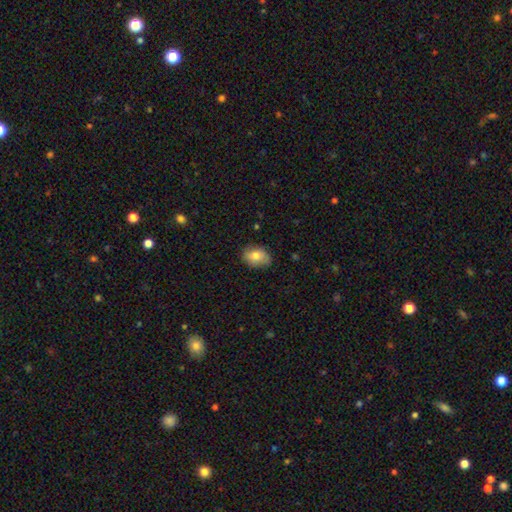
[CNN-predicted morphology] Smooth or featured: smooth — 77% (featured or disk — 16%)
How rounded: in between — 76% (round — 23%)
Merging: none — 79% (minor disturbance — 17%)